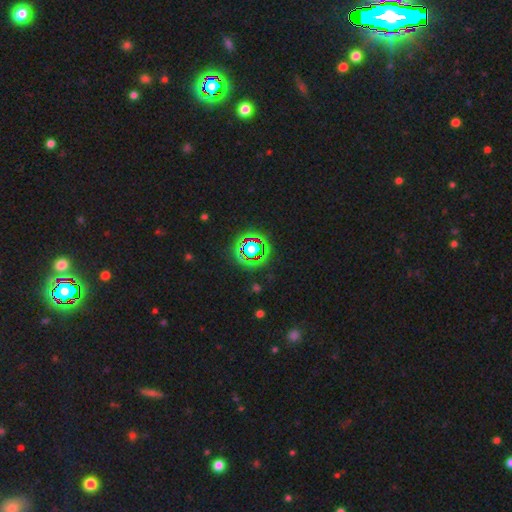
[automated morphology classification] Smooth or featured? star or artifact (76%)